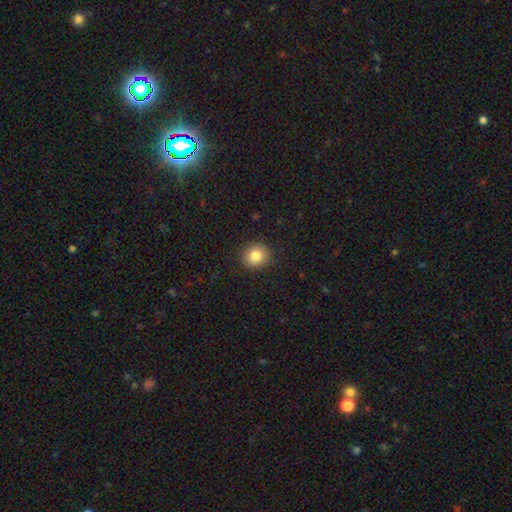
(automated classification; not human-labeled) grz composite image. It shows a smooth galaxy with no disk features (84%) that is round (85%). Merging: none (90%).